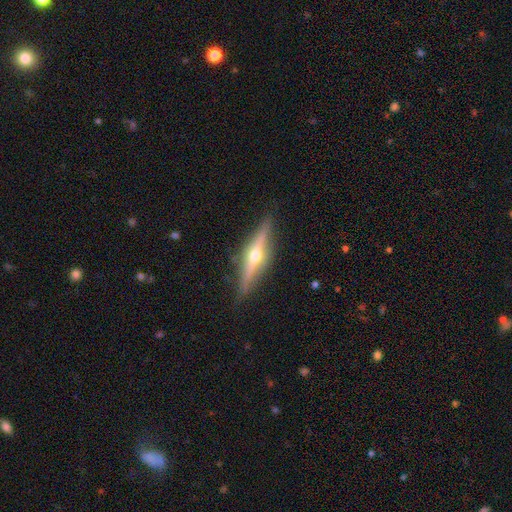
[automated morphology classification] A featured or disk galaxy (76%) viewed edge-on (96%) with a rounded central bulge (94%).

Vote fractions:
- Smooth or featured? featured or disk: 76% / smooth: 18% / star or artifact: 6%
- Edge-on disk? yes: 96% / no: 4%
- Edge-on bulge? rounded: 94% / none: 3% / boxy: 3%
- Merging? none: 89% / minor disturbance: 8% / major disturbance: 2% / merger: 1%